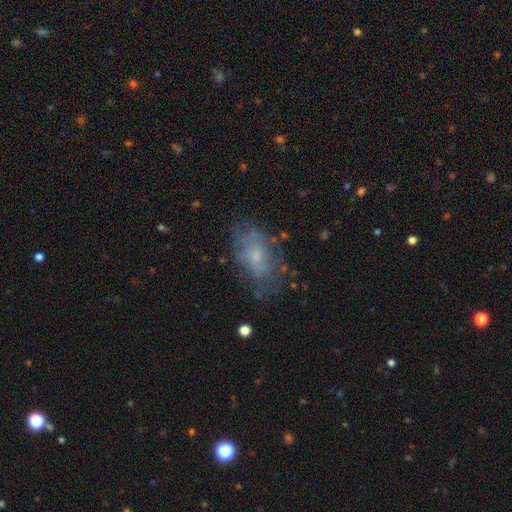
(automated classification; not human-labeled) Overall: smooth (49%; featured or disk 41%). Merging: none (60%; minor disturbance 24%).